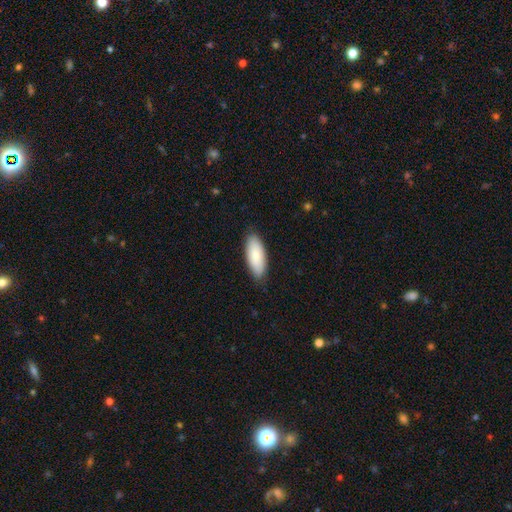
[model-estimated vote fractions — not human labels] This appears to be a smooth galaxy with no disk features (85%) that is in between round and cigar-shaped (82%). Merging: none (85%).